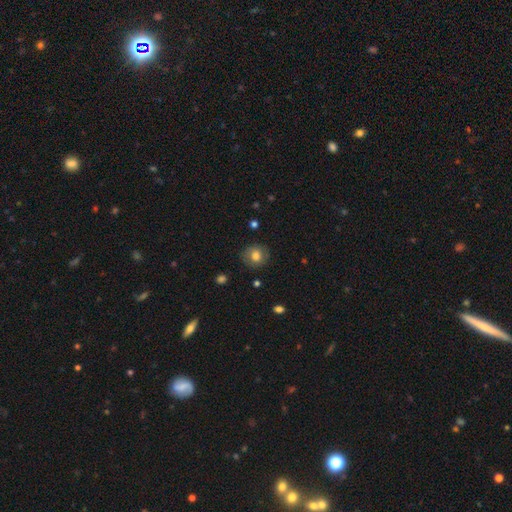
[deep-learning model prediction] Smooth or featured? smooth (77%)
How rounded? round (84%)
Merging? none (83%)